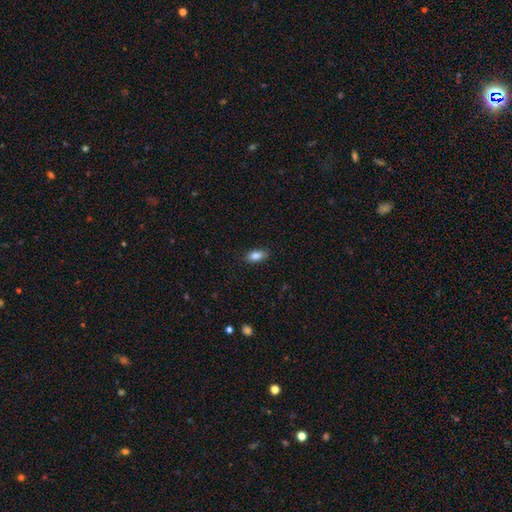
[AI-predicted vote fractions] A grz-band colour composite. It shows a smooth galaxy with no disk features (86%) that is in between round and cigar-shaped (90%). Merging: none (86%).